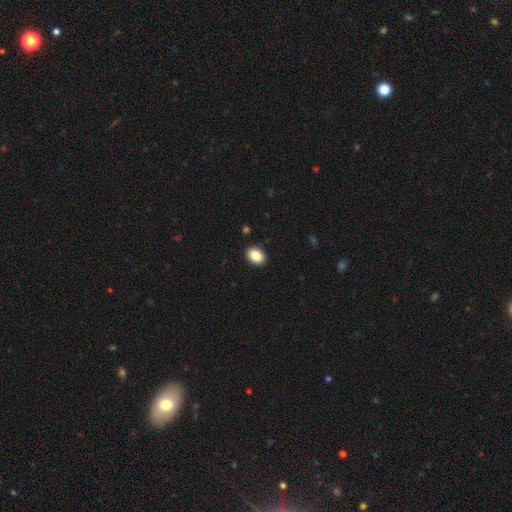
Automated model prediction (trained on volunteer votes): smooth 87%, star or artifact 8%, featured or disk 5%. Down the decision tree: how rounded — in between (68%); merging — none (91%).